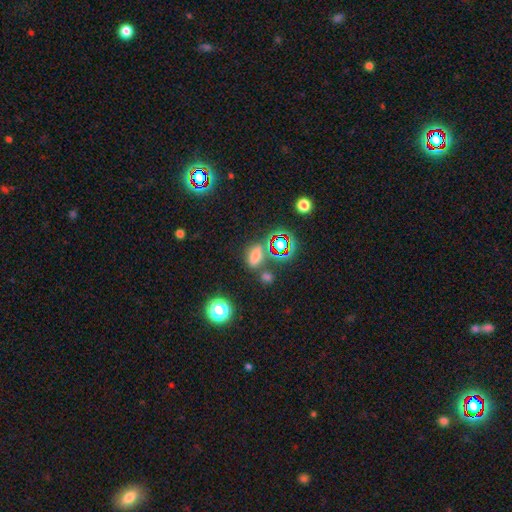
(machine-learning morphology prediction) A smooth galaxy with no disk features (60%) that is in between round and cigar-shaped (76%). Merging: none (65%).